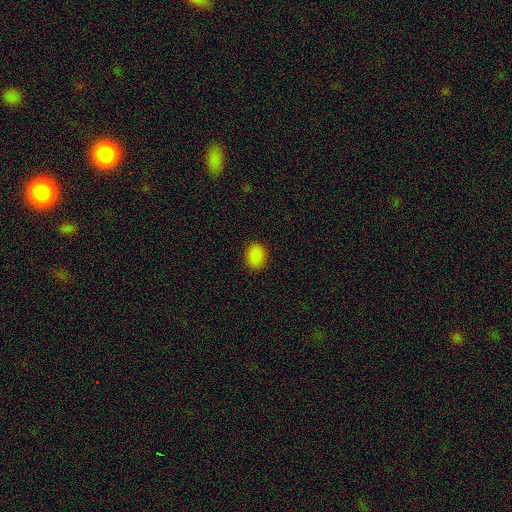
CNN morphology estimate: Overall: smooth (86%). How rounded: round (60%; in between 39%). Merging: none (90%).